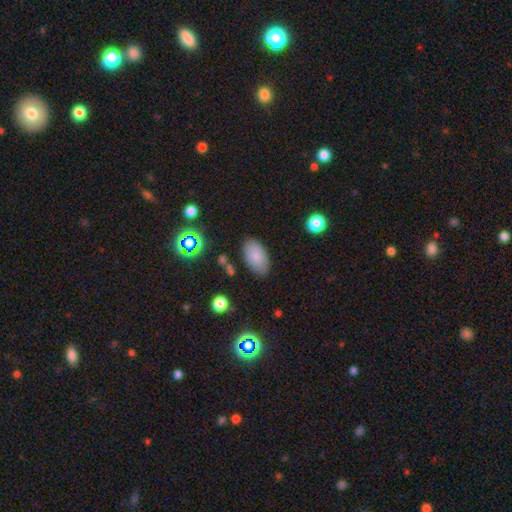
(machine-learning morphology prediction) smooth-or-featured: smooth: 82% | featured or disk: 9% | star or artifact: 8%
  how-rounded: in between: 94% | round: 4% | cigar-shaped: 2%
  merging: none: 83% | minor disturbance: 12% | major disturbance: 3% | merger: 2%